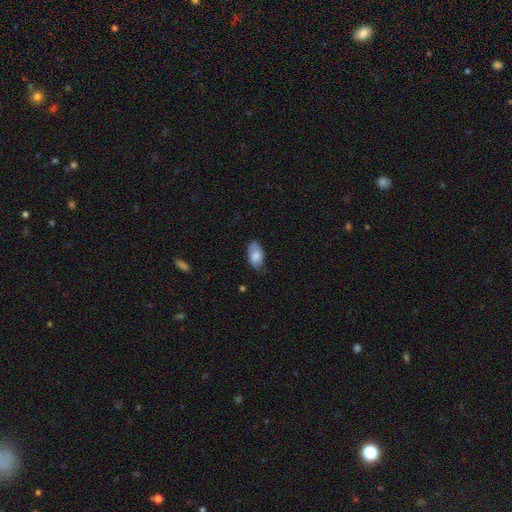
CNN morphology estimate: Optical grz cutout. It shows a smooth galaxy with no disk features (83%) that is in between round and cigar-shaped (94%). Merging: none (69%).